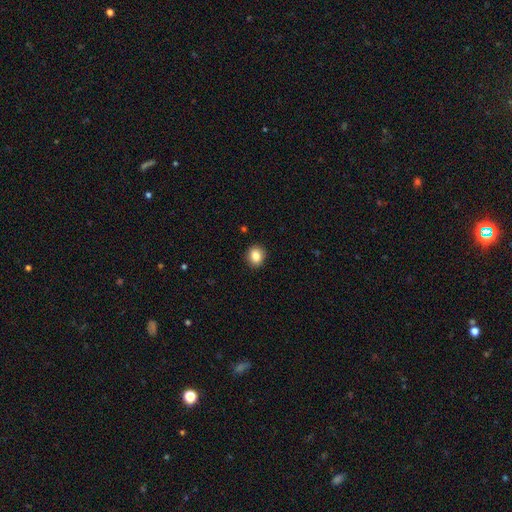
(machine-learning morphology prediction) Smooth or featured: smooth — 86% (star or artifact — 9%)
How rounded: round — 68% (in between — 31%)
Merging: none — 90% (minor disturbance — 7%)